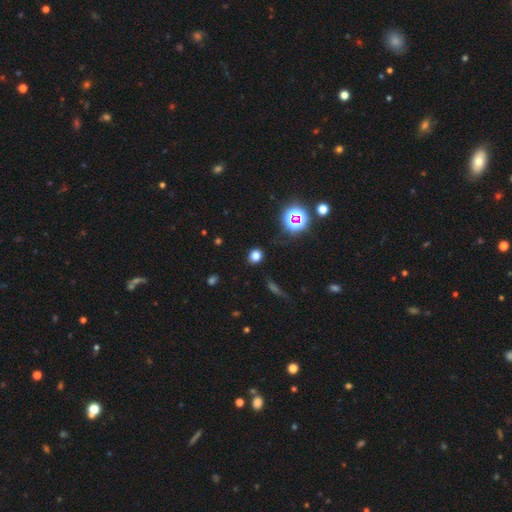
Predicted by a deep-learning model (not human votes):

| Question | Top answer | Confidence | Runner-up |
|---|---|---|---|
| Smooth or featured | smooth | 74% | star or artifact (21%) |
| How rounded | round | 79% | in between (19%) |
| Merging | none | 88% | minor disturbance (8%) |